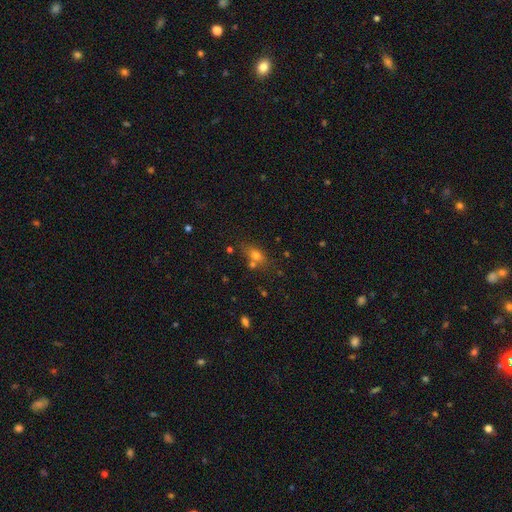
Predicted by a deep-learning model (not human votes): This appears to be a smooth galaxy with no disk features (68%) that is in between round and cigar-shaped (66%). Merging: none (63%).